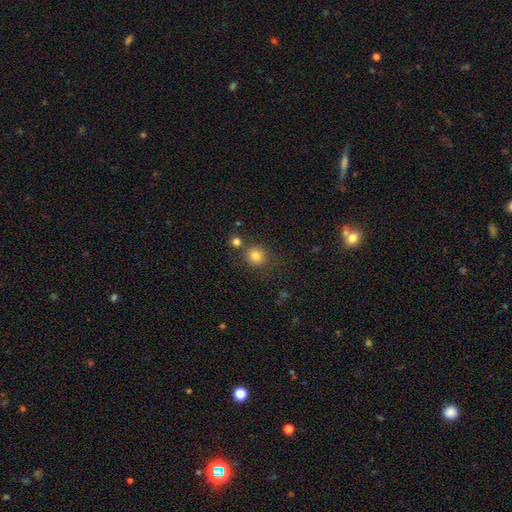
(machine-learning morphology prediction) type=smooth (80%); roundness=round (86%); merging=none (71%).